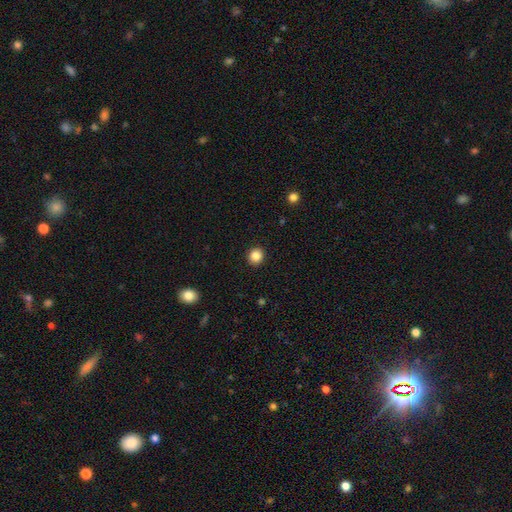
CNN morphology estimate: A smooth galaxy with no disk features (86%) that is round (86%).

Vote fractions:
- Smooth or featured? smooth: 86% / star or artifact: 10% / featured or disk: 4%
- How rounded? round: 86% / in between: 13% / cigar-shaped: 1%
- Merging? none: 92% / minor disturbance: 5% / major disturbance: 2% / merger: 1%